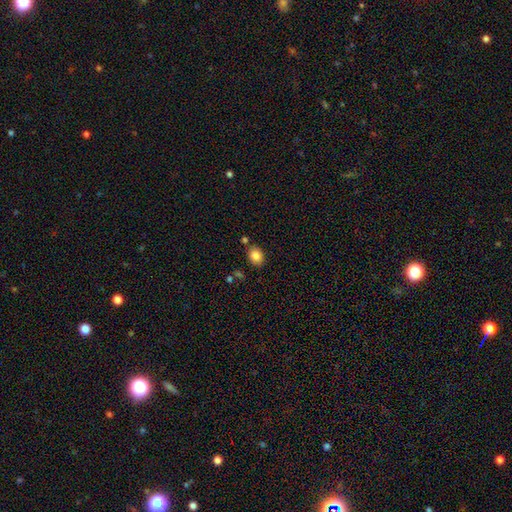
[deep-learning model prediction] Smooth or featured?
  - smooth: 84% *
  - star or artifact: 9%
  - featured or disk: 7%
How rounded?
  - in between: 63% *
  - round: 36%
  - cigar-shaped: 1%
Merging?
  - none: 80% *
  - minor disturbance: 11%
  - merger: 6%
  - major disturbance: 3%